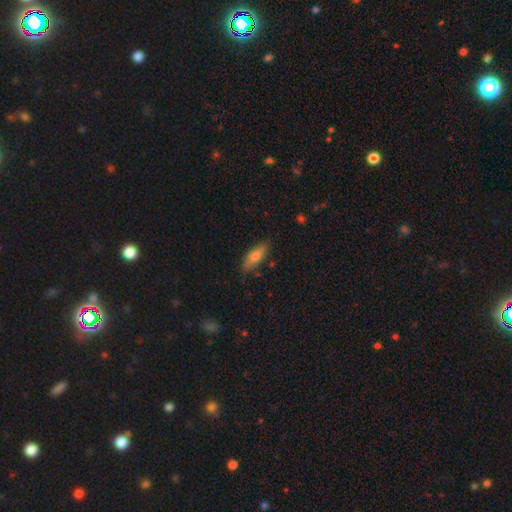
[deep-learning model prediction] Smooth or featured? smooth (73%)
How rounded? in between (68%)
Merging? none (80%)